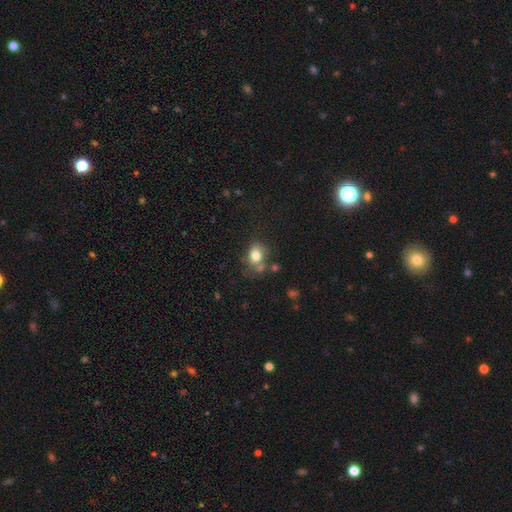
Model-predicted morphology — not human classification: smooth_or_featured: smooth (p=0.78) [alt: featured or disk p=0.11]
how_rounded: in between (p=0.56) [alt: round p=0.43]
merging: none (p=0.51) [alt: minor disturbance p=0.21]